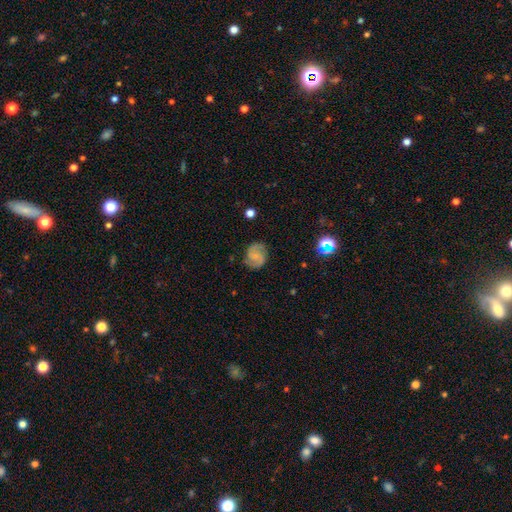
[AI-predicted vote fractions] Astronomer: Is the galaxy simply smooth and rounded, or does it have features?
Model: featured or disk — 64%.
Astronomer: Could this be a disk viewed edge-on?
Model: no — 98%.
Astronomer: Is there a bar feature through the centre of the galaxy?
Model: no — 51% (runner-up: weak, 41%).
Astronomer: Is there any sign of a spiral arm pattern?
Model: yes — 94%.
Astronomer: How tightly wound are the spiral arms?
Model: medium — 50% (runner-up: tight, 26%).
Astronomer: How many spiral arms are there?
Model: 2 — 87%.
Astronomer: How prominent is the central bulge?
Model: small — 45% (runner-up: none, 40%).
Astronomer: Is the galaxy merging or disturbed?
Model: none — 79%.